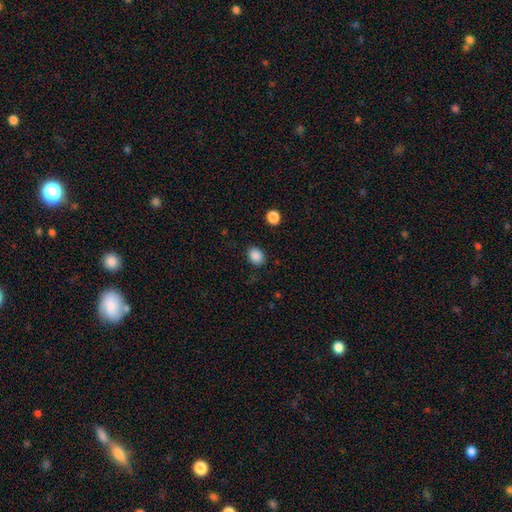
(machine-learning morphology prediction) A smooth galaxy with no disk features (88%) that is in between round and cigar-shaped (62%). Merging: none (85%).